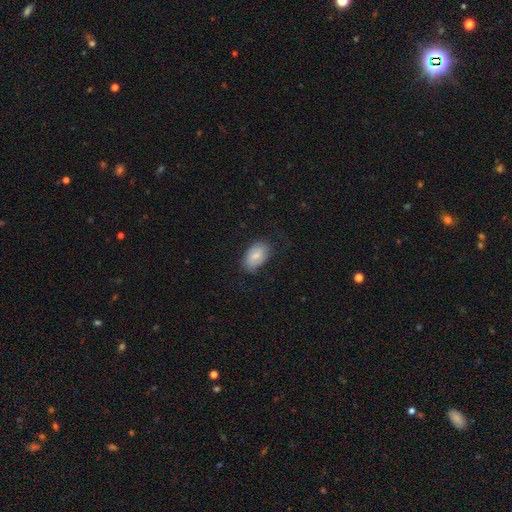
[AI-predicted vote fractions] Morphology: type=smooth (70%); roundness=in between (92%); merging=none (72%).